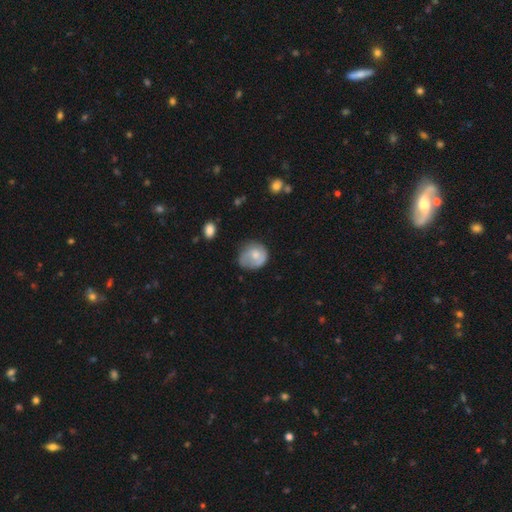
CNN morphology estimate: This is likely a smooth galaxy (64%). How rounded: likely round (69%). Merging: possibly none (47%).